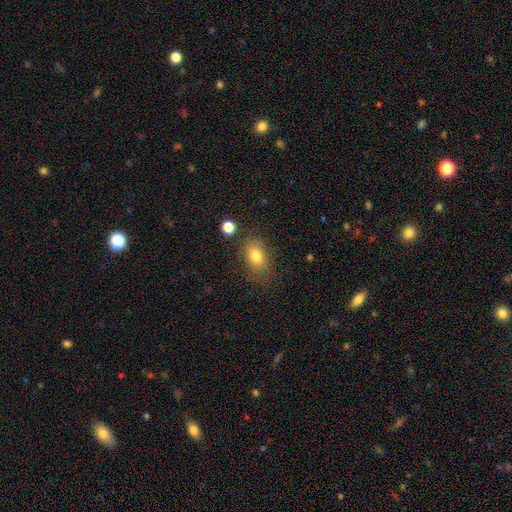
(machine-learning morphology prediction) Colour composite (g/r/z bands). It shows a smooth galaxy with no disk features (79%) that is in between round and cigar-shaped (77%). Merging: none (72%).